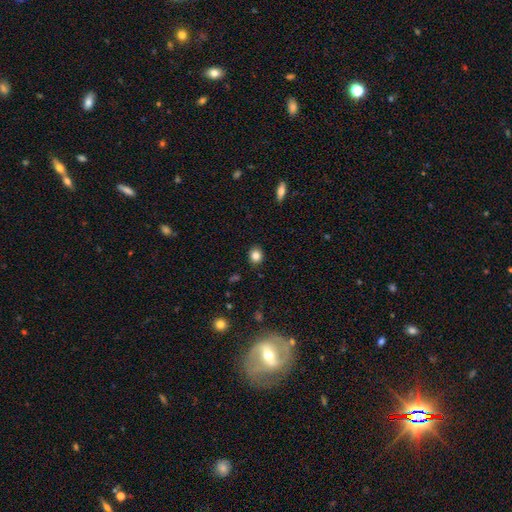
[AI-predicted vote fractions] Smooth or featured: smooth — 83% (star or artifact — 11%)
How rounded: round — 68% (in between — 31%)
Merging: none — 90% (minor disturbance — 7%)